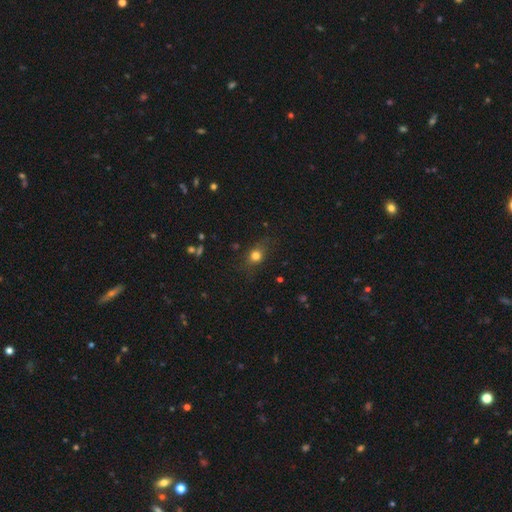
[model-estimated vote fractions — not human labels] smooth 76%, star or artifact 14%, featured or disk 10%. Down the decision tree: how rounded — round (57%); merging — none (75%).